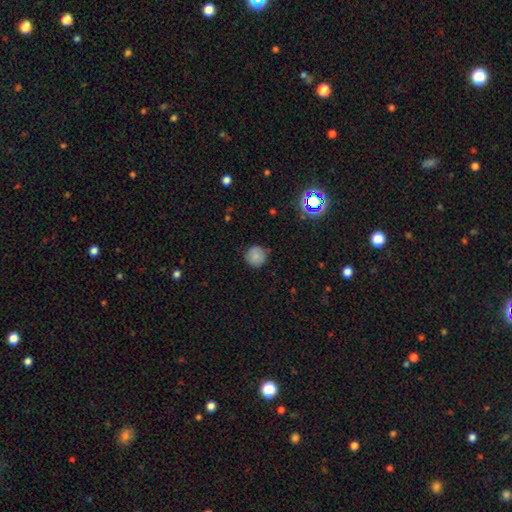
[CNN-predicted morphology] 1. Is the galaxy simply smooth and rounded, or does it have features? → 83% smooth, 11% star or artifact, 6% featured or disk.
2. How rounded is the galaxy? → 93% round, 6% in between, 1% cigar-shaped.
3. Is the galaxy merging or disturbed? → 85% none, 11% minor disturbance, 3% major disturbance, 1% merger.